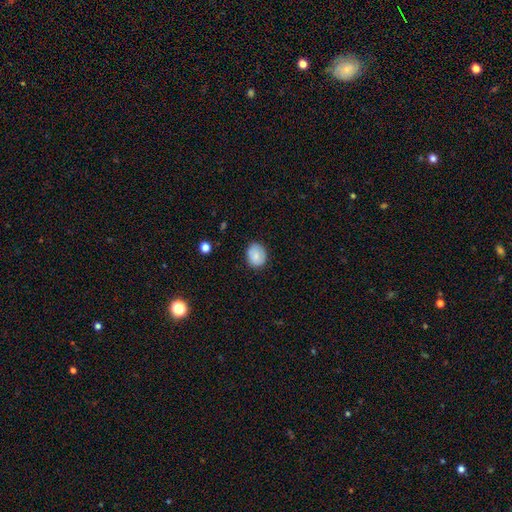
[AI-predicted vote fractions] Smooth or featured?
  - smooth: 82% *
  - featured or disk: 10%
  - star or artifact: 8%
How rounded?
  - round: 53% *
  - in between: 46%
  - cigar-shaped: 1%
Merging?
  - none: 81% *
  - minor disturbance: 15%
  - major disturbance: 3%
  - merger: 1%